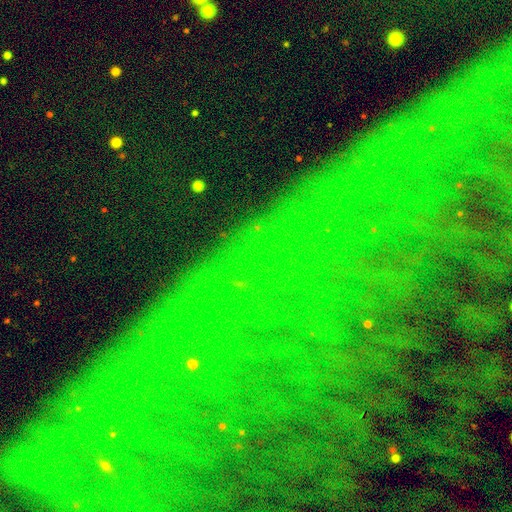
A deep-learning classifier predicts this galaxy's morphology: star or artifact 83%, featured or disk 9%, smooth 8%.